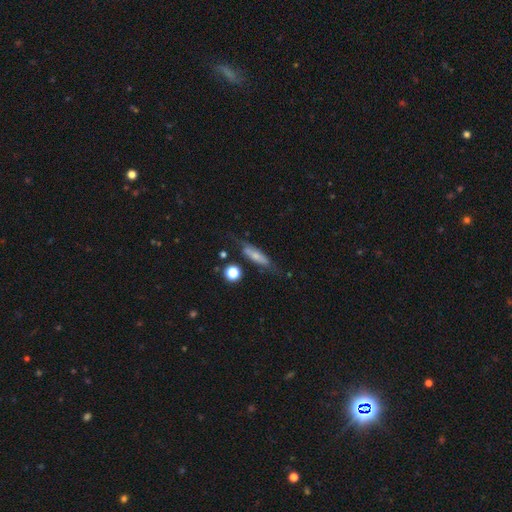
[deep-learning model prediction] Morphology: type=smooth (55%); roundness=cigar-shaped (59%); merging=none (61%).